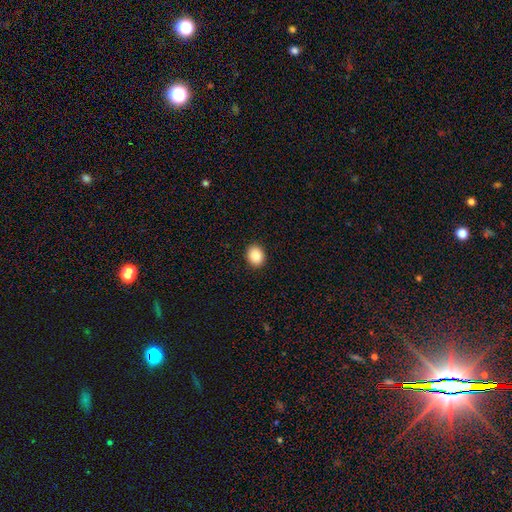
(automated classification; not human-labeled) A smooth galaxy with no disk features (88%) that is round (54%).

Vote fractions:
- Smooth or featured? smooth: 88% / star or artifact: 8% / featured or disk: 3%
- How rounded? round: 54% / in between: 45% / cigar-shaped: 1%
- Merging? none: 92% / minor disturbance: 6% / major disturbance: 2% / merger: 1%